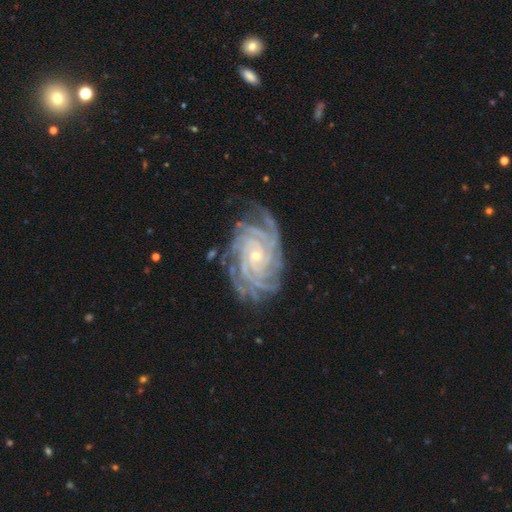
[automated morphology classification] Smooth or featured?
  - featured or disk: 92% *
  - star or artifact: 5%
  - smooth: 3%
Edge-on disk?
  - no: 97% *
  - yes: 3%
Bar?
  - no: 69% *
  - weak: 21%
  - strong: 9%
Spiral arms?
  - yes: 99% *
  - no: 1%
Spiral winding?
  - tight: 82% *
  - medium: 16%
  - loose: 2%
Spiral arm count?
  - more than 4: 37% *
  - 4: 24%
  - can't tell: 13%
  - 3: 10%
  - 2: 8%
  - 1: 7%
Bulge size?
  - small: 75% *
  - moderate: 22%
  - large: 1%
  - none: 1%
  - dominant: 1%
Merging?
  - none: 77% *
  - minor disturbance: 15%
  - major disturbance: 6%
  - merger: 2%